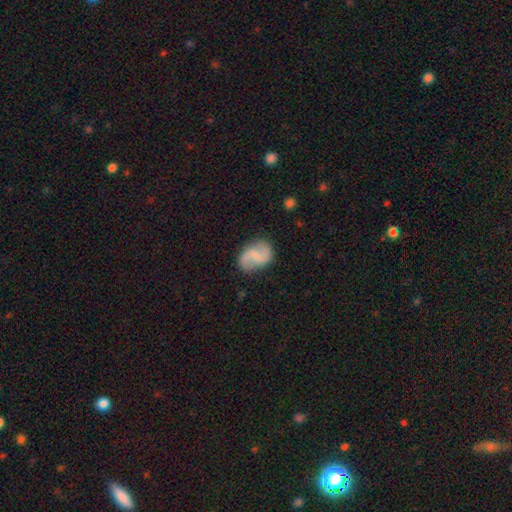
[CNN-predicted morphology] This appears to be a featured or disk galaxy (73%) with a weak bar (51%), 2 (92%) loose (49%) spiral arms (93%) and a small central bulge (53%). Merging: none (80%).